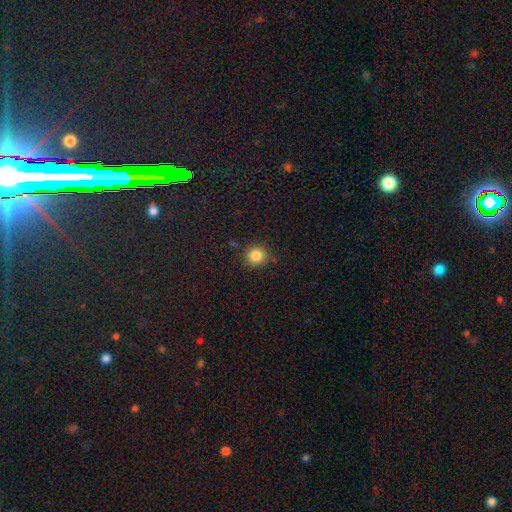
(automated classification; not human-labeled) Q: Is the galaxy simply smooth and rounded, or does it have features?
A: smooth — 84%.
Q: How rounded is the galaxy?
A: round — 90%.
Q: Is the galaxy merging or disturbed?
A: none — 85%.